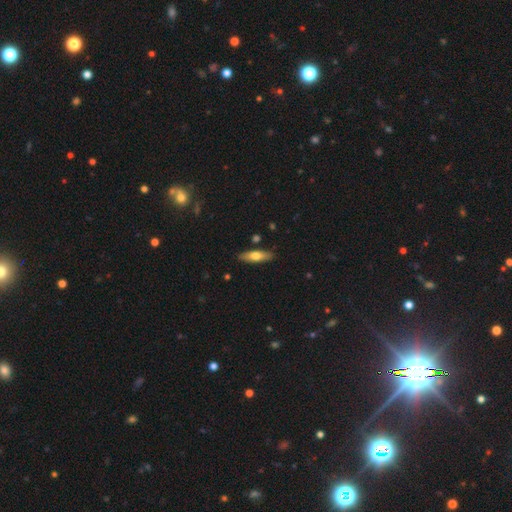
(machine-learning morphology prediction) Overall: smooth (62%; featured or disk 32%). How rounded: cigar-shaped (56%; in between 42%). Merging: none (86%).